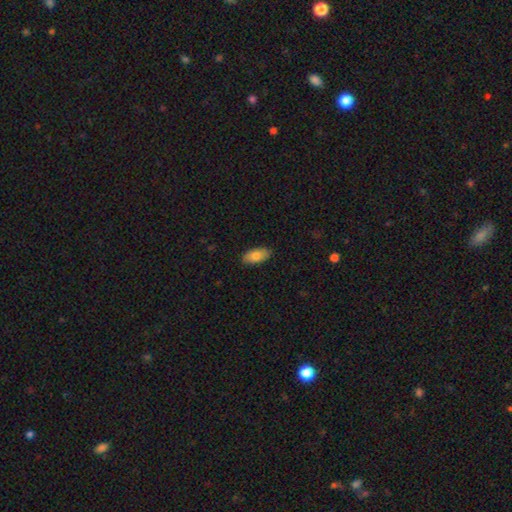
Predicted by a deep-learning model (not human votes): This appears to be a smooth galaxy with no disk features (81%) that is in between round and cigar-shaped (92%). Merging: none (88%).